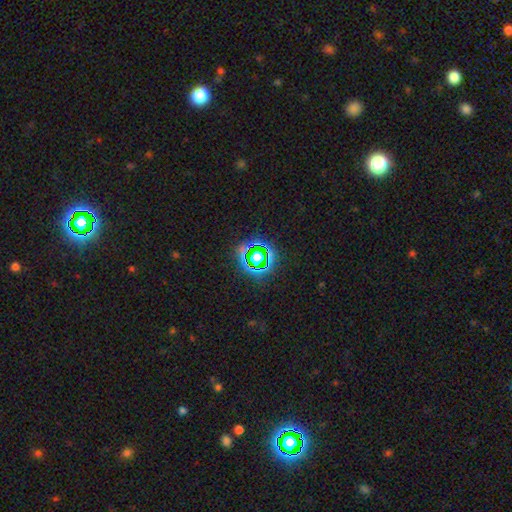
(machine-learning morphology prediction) Smooth or featured: star or artifact — 67% (smooth — 22%)